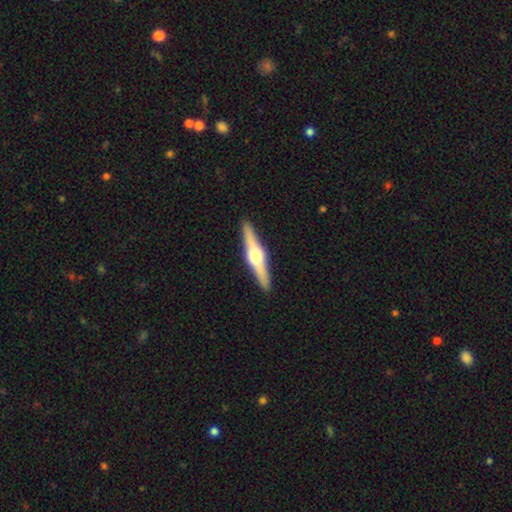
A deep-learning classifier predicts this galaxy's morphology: type=featured or disk (74%); edge-on=yes (97%); edge-on bulge=rounded (94%); merging=none (91%).